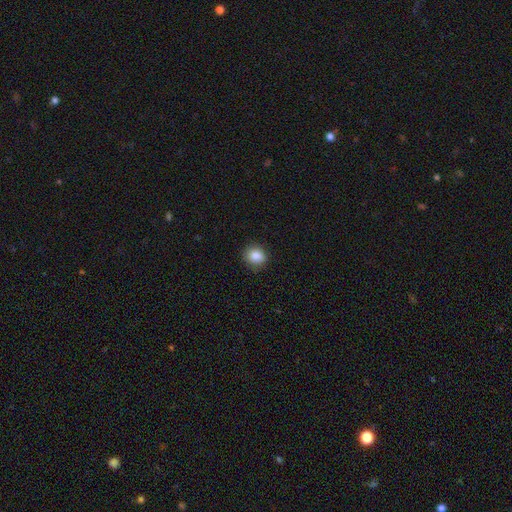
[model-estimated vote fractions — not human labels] Smooth or featured: smooth — 87% (star or artifact — 9%)
How rounded: round — 74% (in between — 25%)
Merging: none — 87% (minor disturbance — 10%)